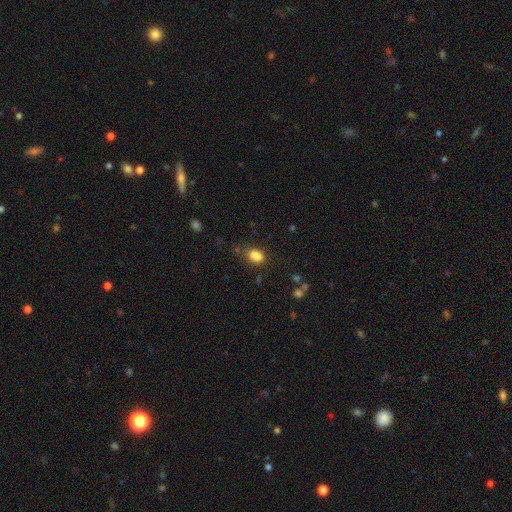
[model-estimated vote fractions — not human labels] Q: Smooth or featured?
A: smooth (83%); runner-up: star or artifact (11%)
Q: How rounded?
A: in between (75%); runner-up: round (23%)
Q: Merging?
A: none (67%); runner-up: minor disturbance (20%)